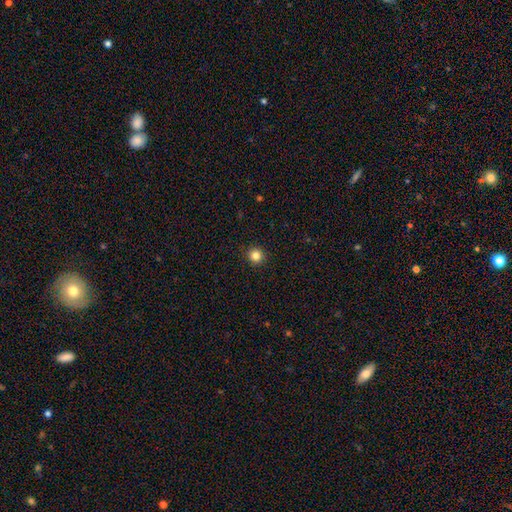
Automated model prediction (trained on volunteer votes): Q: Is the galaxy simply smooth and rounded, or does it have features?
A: smooth — 83%.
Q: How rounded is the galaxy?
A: round — 95%.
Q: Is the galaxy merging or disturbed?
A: none — 93%.